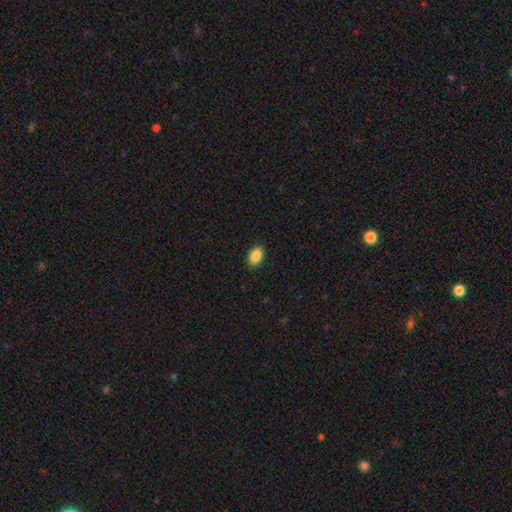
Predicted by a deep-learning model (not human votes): This is clearly a smooth galaxy (88%). How rounded: clearly in between (90%). Merging: clearly none (89%).